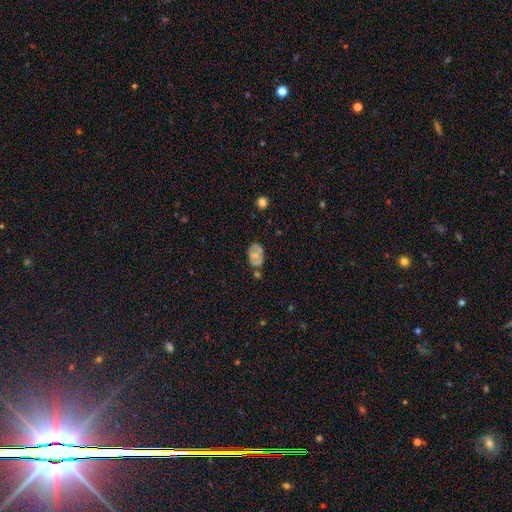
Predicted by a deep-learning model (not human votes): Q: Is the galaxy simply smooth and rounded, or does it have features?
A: smooth — 46%.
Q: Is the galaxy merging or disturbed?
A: none — 58%.